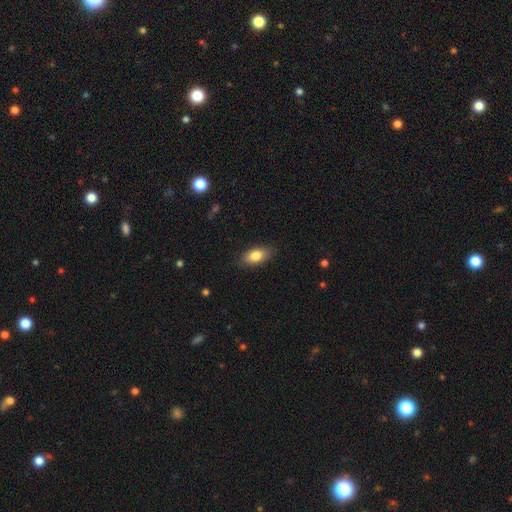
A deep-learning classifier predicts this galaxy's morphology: A smooth galaxy with no disk features (83%) that is in between round and cigar-shaped (89%). Merging: none (84%).